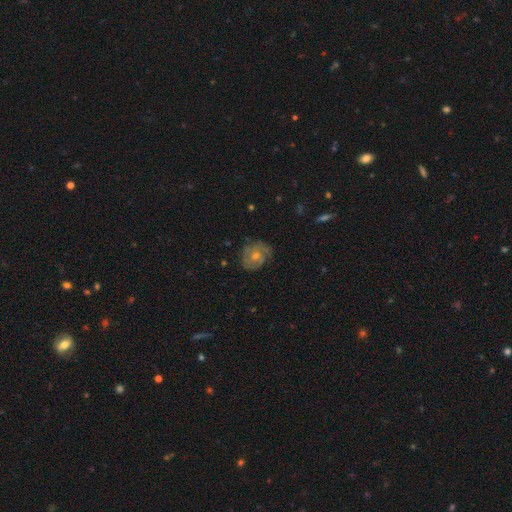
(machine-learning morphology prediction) This is likely a featured or disk galaxy (70%). It is clearly not viewed edge-on (97%). Bar: likely no (80%). Spiral arm pattern: clearly yes (87%). Spiral arm count: marginally can't tell (33%). Spiral winding: likely tight (62%). Central bulge: possibly moderate (60%). Merging: likely none (77%).